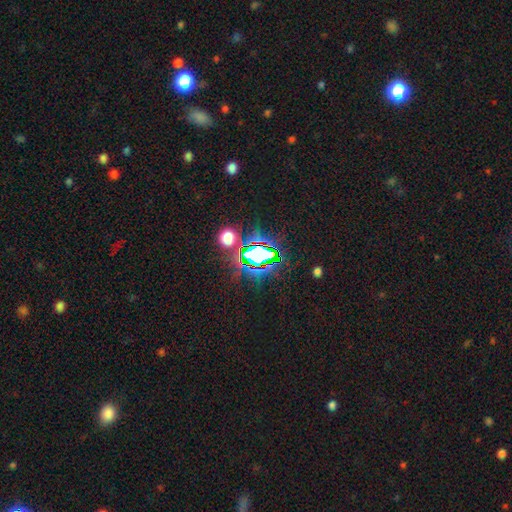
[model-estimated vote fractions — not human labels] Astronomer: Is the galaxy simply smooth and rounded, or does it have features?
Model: star or artifact — 72%.